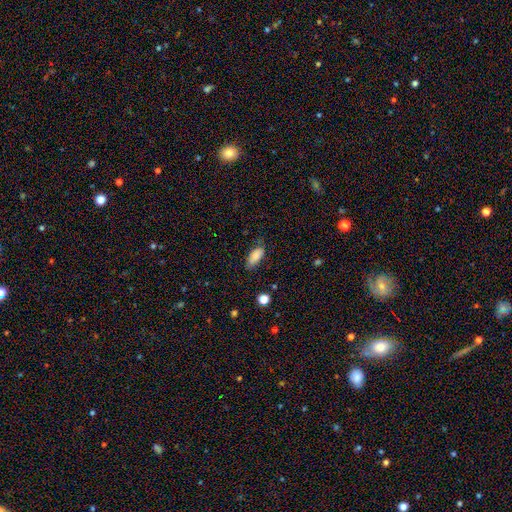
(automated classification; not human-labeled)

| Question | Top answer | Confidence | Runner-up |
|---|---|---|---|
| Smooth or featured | smooth | 84% | featured or disk (9%) |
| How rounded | in between | 85% | cigar-shaped (12%) |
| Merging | none | 71% | minor disturbance (22%) |